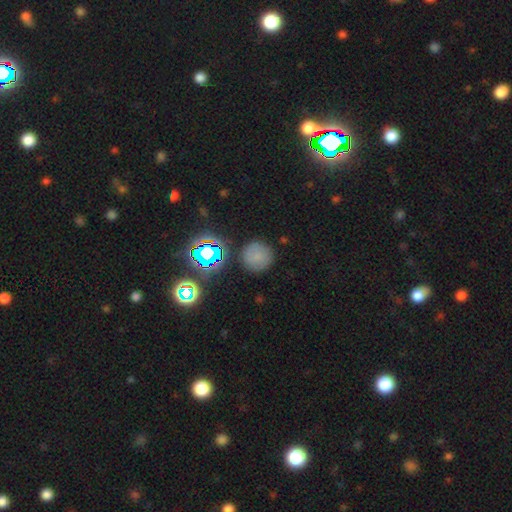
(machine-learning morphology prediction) The model was most divided on "smooth or featured": smooth: 68%, star or artifact: 21%, featured or disk: 10%. More confident: how rounded — round (94%); merging — none (84%).